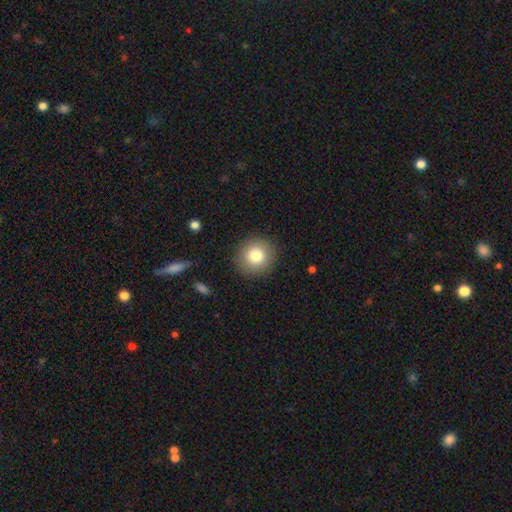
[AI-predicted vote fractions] smooth_or_featured: smooth (p=0.81) [alt: star or artifact p=0.10]
how_rounded: round (p=0.93) [alt: in between p=0.06]
merging: none (p=0.90) [alt: minor disturbance p=0.07]